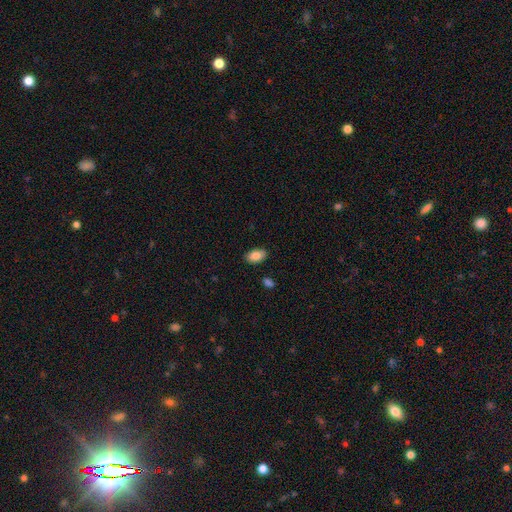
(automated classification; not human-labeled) The model was most divided on "merging": none: 86%, minor disturbance: 10%, major disturbance: 2%, merger: 2%. More confident: how rounded — in between (93%); smooth or featured — smooth (85%).